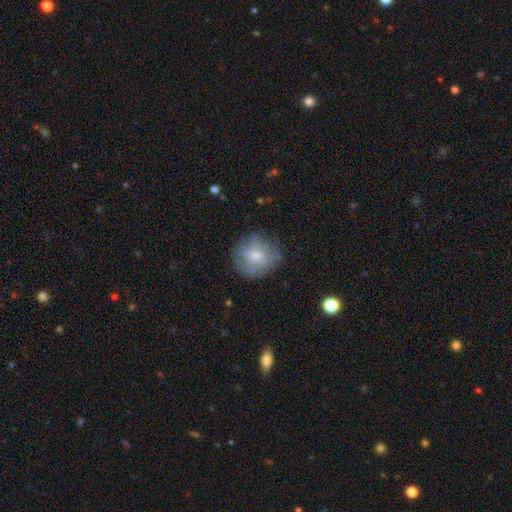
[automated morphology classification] smooth_or_featured: featured or disk (p=0.52) [alt: smooth p=0.39]
disk_edge_on: no (p=0.97) [alt: yes p=0.03]
bar: no (p=0.73) [alt: weak p=0.24]
has_spiral_arms: yes (p=0.72) [alt: no p=0.28]
bulge_size: small (p=0.54) [alt: moderate p=0.39]
merging: none (p=0.74) [alt: minor disturbance p=0.17]